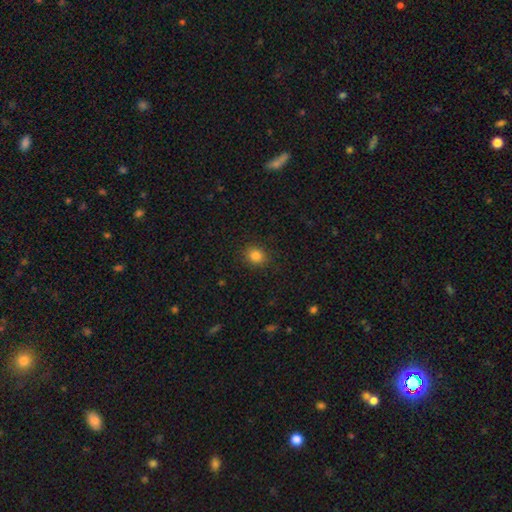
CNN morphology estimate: Smooth or featured?
  - smooth: 84% *
  - star or artifact: 12%
  - featured or disk: 5%
How rounded?
  - round: 70% *
  - in between: 29%
  - cigar-shaped: 1%
Merging?
  - none: 88% *
  - minor disturbance: 8%
  - major disturbance: 3%
  - merger: 1%